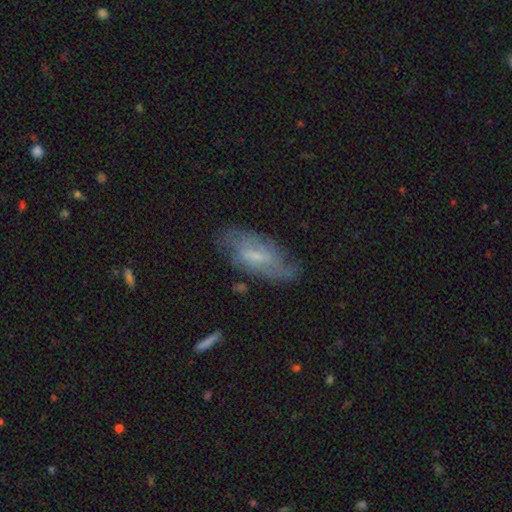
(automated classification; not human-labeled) This is likely a featured or disk galaxy (61%). It is clearly not viewed edge-on (89%). Bar: possibly weak (55%). Spiral arm pattern: likely yes (79%). Central bulge: possibly small (52%). Merging: likely none (66%).